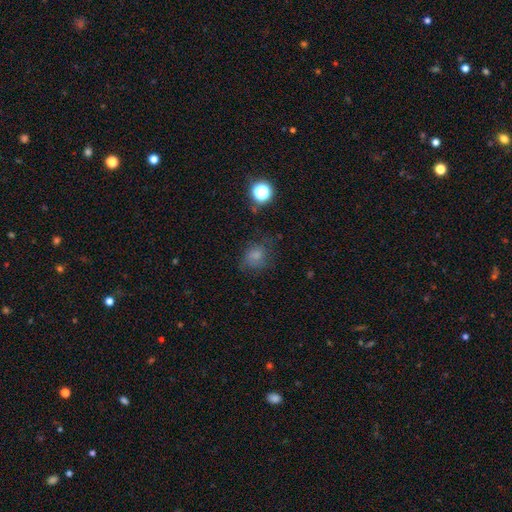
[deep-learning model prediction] smooth-or-featured: smooth: 70% | star or artifact: 17% | featured or disk: 13%
  how-rounded: round: 66% | in between: 33% | cigar-shaped: 1%
  merging: none: 60% | minor disturbance: 24% | major disturbance: 13% | merger: 2%